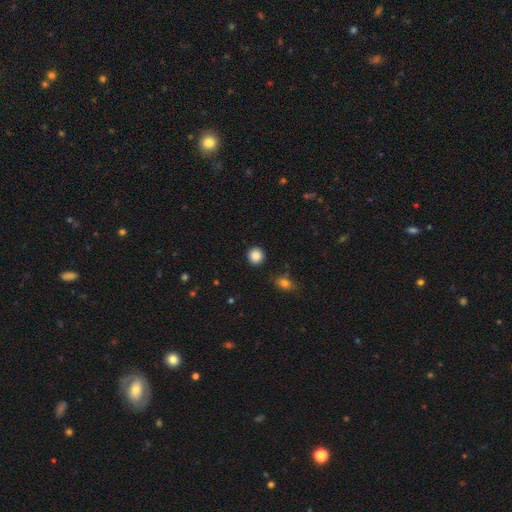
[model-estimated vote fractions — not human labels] smooth-or-featured: smooth: 88% | star or artifact: 9% | featured or disk: 3%
  how-rounded: round: 88% | in between: 11% | cigar-shaped: 1%
  merging: none: 91% | minor disturbance: 6% | major disturbance: 2% | merger: 2%